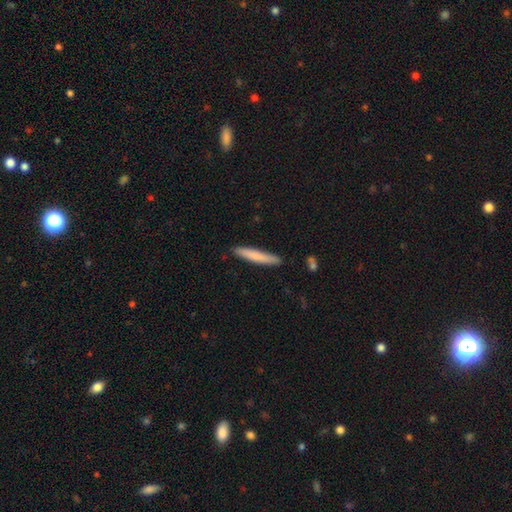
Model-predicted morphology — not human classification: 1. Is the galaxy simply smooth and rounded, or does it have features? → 78% smooth, 17% featured or disk, 6% star or artifact.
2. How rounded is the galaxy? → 93% cigar-shaped, 5% in between, 1% round.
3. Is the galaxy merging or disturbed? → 87% none, 10% minor disturbance, 2% major disturbance, 1% merger.